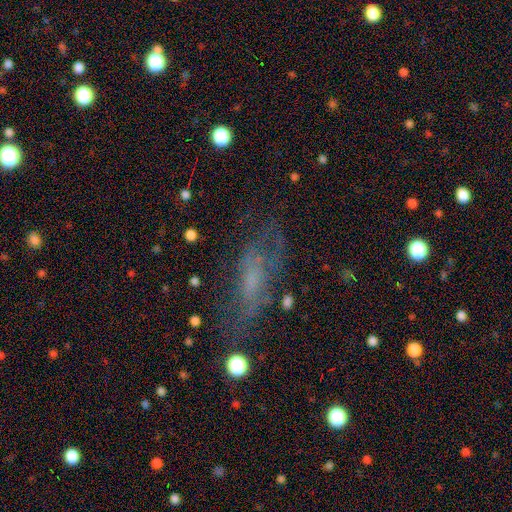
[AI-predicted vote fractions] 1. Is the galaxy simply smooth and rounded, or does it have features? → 47% featured or disk, 31% smooth, 22% star or artifact.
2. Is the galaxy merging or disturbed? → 66% none, 20% minor disturbance, 11% major disturbance, 3% merger.